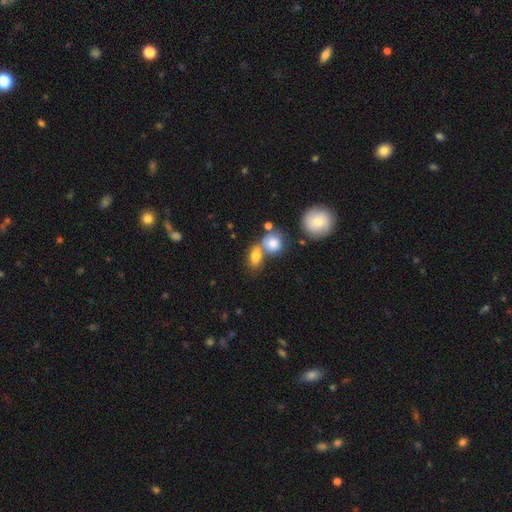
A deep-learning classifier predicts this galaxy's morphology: Q: Smooth or featured?
A: smooth (79%); runner-up: featured or disk (11%)
Q: How rounded?
A: in between (68%); runner-up: round (29%)
Q: Merging?
A: merger (47%); runner-up: none (38%)